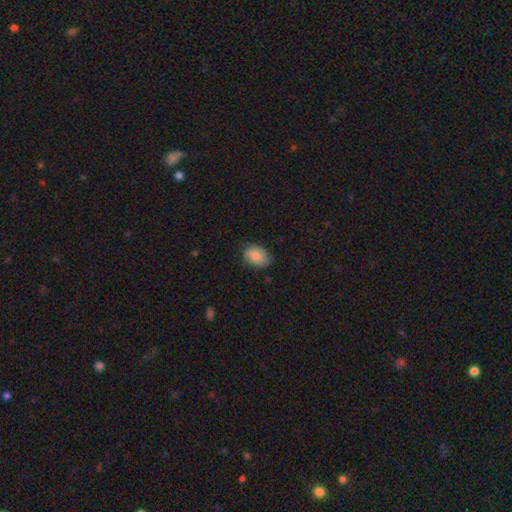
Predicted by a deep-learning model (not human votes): smooth_or_featured: smooth (p=0.88) [alt: star or artifact p=0.07]
how_rounded: in between (p=0.82) [alt: round p=0.17]
merging: none (p=0.76) [alt: minor disturbance p=0.19]